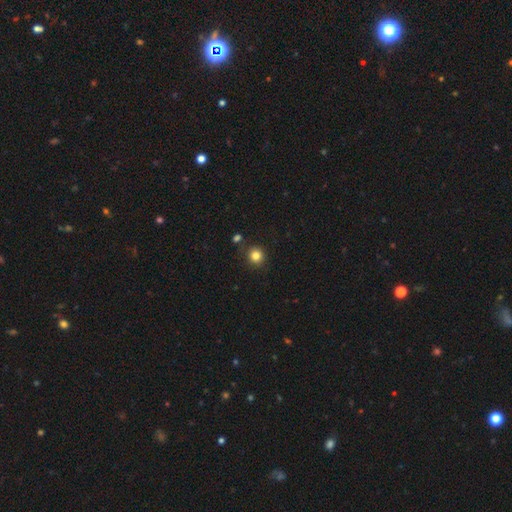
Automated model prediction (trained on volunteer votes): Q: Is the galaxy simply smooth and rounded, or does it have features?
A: smooth — 83%.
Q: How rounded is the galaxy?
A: round — 90%.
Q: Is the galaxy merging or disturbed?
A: none — 85%.